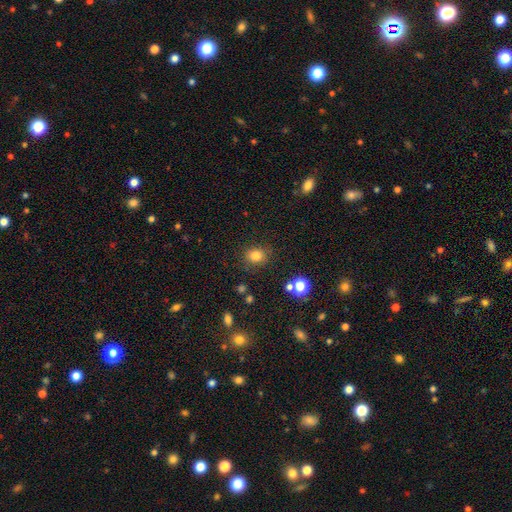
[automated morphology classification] The model was most divided on "how rounded": round: 73%, in between: 26%, cigar-shaped: 1%. More confident: merging — none (82%); smooth or featured — smooth (80%).